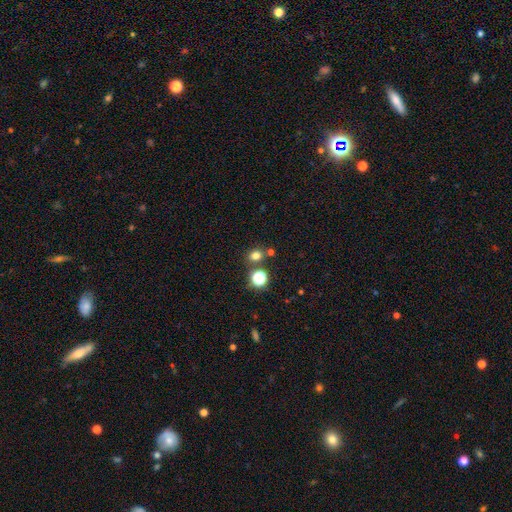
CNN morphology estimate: This is likely a smooth galaxy (73%). How rounded: likely round (75%). Merging: likely none (75%).